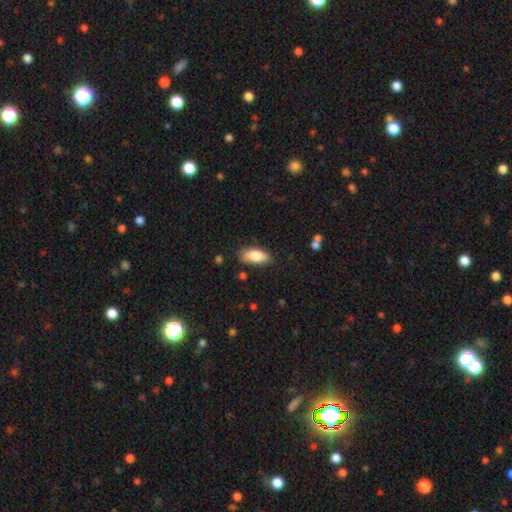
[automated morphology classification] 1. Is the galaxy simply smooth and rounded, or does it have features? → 81% smooth, 12% featured or disk, 6% star or artifact.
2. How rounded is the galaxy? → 84% in between, 14% cigar-shaped, 2% round.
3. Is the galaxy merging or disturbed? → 79% none, 16% minor disturbance, 3% major disturbance, 2% merger.